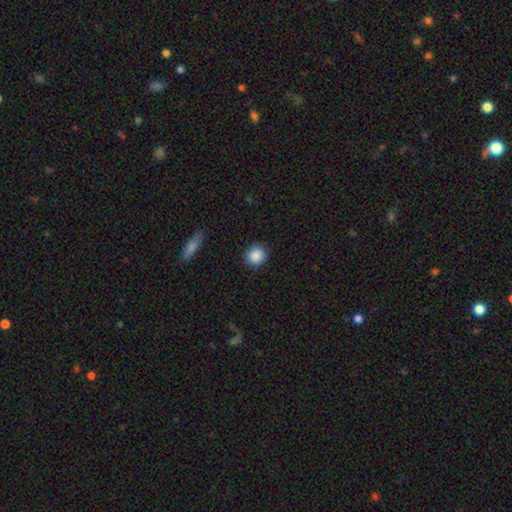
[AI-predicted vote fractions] smooth 88%, star or artifact 8%, featured or disk 4%. Down the decision tree: how rounded — round (87%); merging — none (89%).